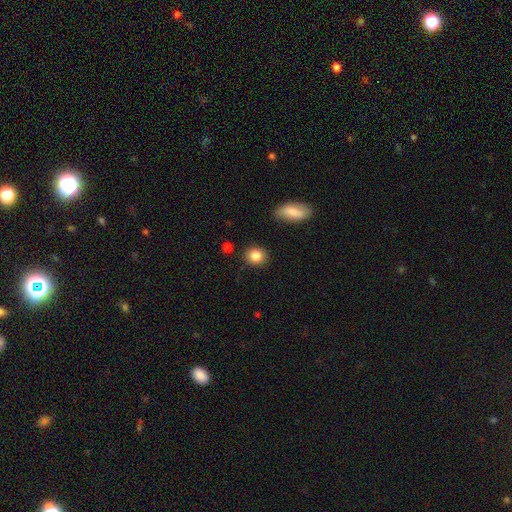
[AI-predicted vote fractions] A smooth galaxy with no disk features (85%) that is round (68%). Merging: none (87%).